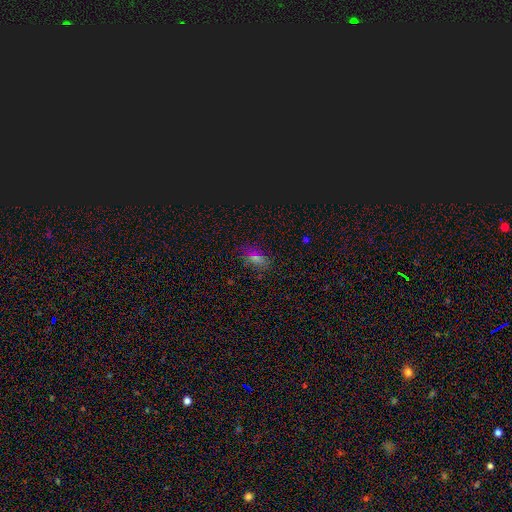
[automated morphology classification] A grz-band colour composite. It shows a smooth galaxy with no disk features (48%). Merging: none (85%).